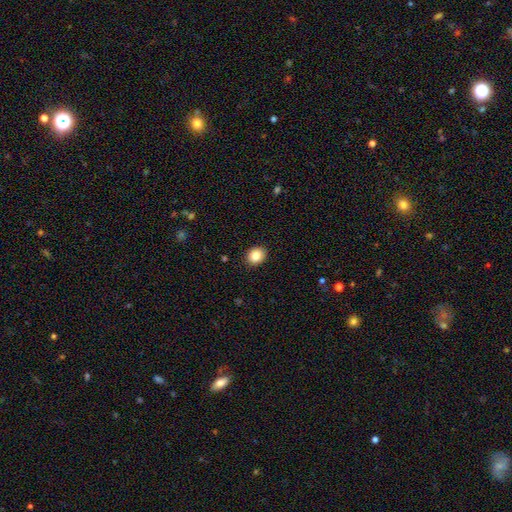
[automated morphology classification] The model was most divided on "how rounded": round: 62%, in between: 37%, cigar-shaped: 1%. More confident: merging — none (91%); smooth or featured — smooth (86%).